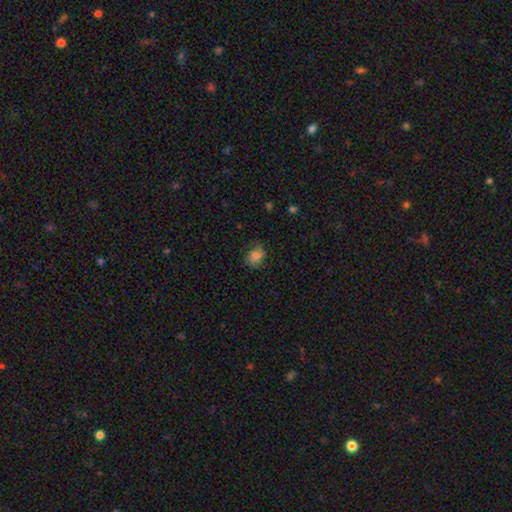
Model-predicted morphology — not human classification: smooth_or_featured: smooth (p=0.72) [alt: featured or disk p=0.18]
how_rounded: in between (p=0.52) [alt: round p=0.47]
merging: none (p=0.70) [alt: minor disturbance p=0.22]